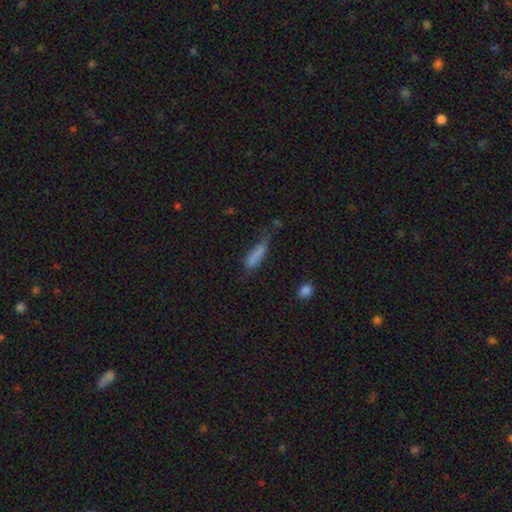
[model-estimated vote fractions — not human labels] Smooth or featured?
  - smooth: 77% *
  - featured or disk: 13%
  - star or artifact: 10%
How rounded?
  - cigar-shaped: 65% *
  - in between: 32%
  - round: 3%
Merging?
  - none: 40% *
  - minor disturbance: 33%
  - major disturbance: 20%
  - merger: 7%